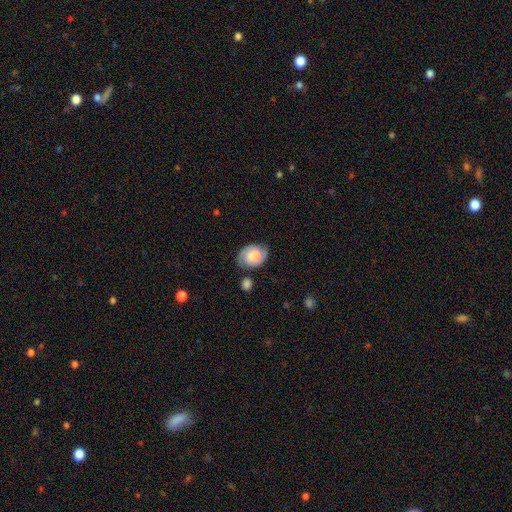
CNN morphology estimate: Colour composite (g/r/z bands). It shows a smooth galaxy with no disk features (51%) that is in between round and cigar-shaped (66%). Merging: none (66%).